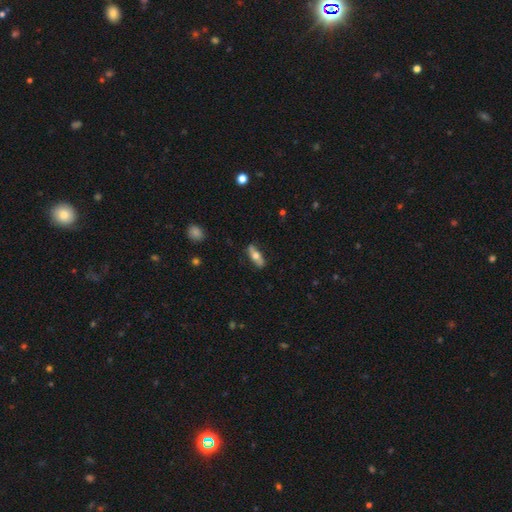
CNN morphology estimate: Overall: smooth (57%; featured or disk 37%). How rounded: in between (58%; cigar-shaped 39%). Merging: none (80%).